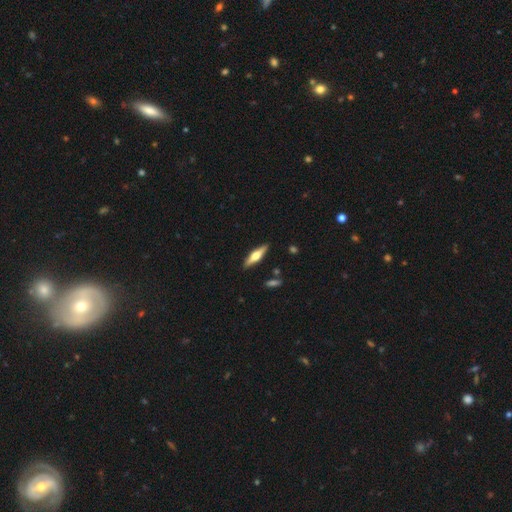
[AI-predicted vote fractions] Smooth or featured: featured or disk — 60% (smooth — 35%)
Edge-on disk: yes — 95% (no — 5%)
Edge-on bulge: rounded — 92% (boxy — 5%)
Merging: none — 89% (minor disturbance — 7%)